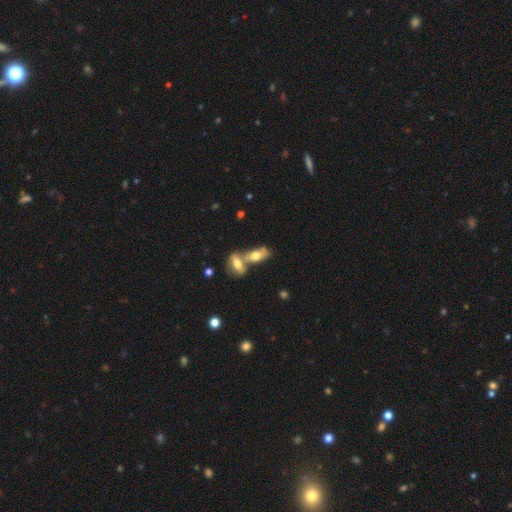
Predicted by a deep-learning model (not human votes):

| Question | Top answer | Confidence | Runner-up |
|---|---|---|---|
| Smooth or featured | smooth | 59% | featured or disk (32%) |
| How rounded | in between | 76% | cigar-shaped (19%) |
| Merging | merger | 61% | none (27%) |